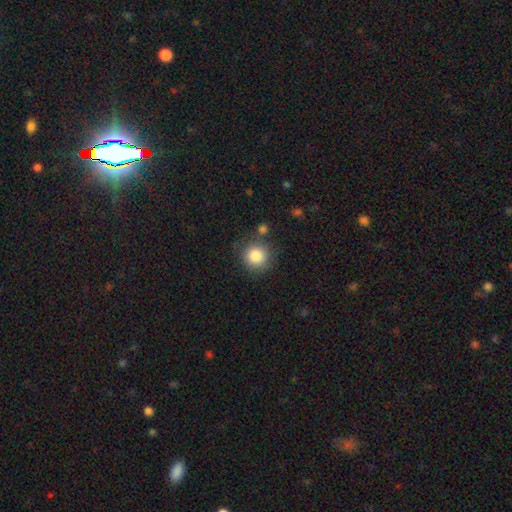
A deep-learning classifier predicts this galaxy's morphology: Overall: smooth (84%). How rounded: round (93%). Merging: none (79%).